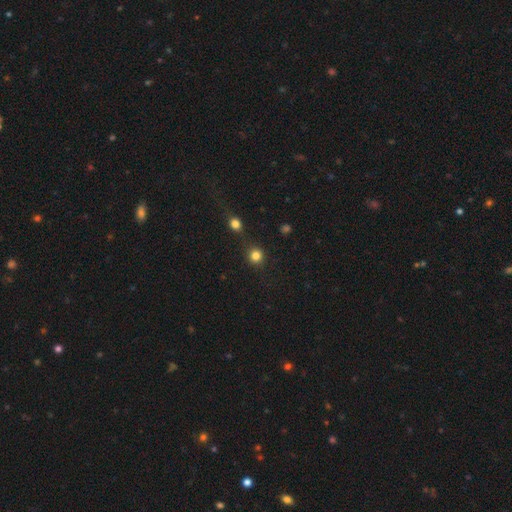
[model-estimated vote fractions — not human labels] smooth_or_featured: smooth (p=0.82) [alt: star or artifact p=0.13]
how_rounded: round (p=0.91) [alt: in between p=0.08]
merging: none (p=0.77) [alt: merger p=0.11]